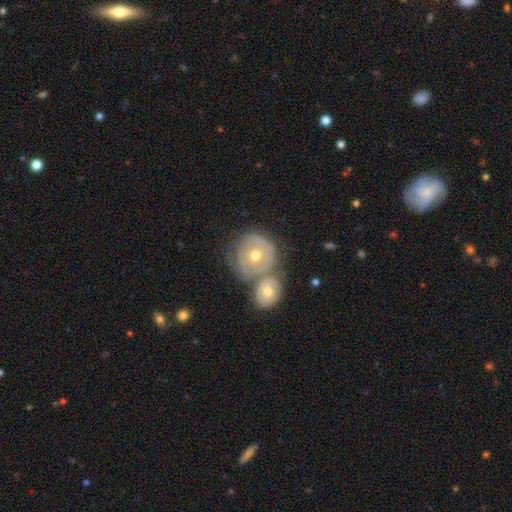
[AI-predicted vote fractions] The model was most divided on "merging": none: 45%, merger: 36%, minor disturbance: 13%, major disturbance: 6%. More confident: edge-on disk — no (96%); bar — no (83%); bulge size — moderate (68%); smooth or featured — featured or disk (62%); spiral arms — yes (55%).